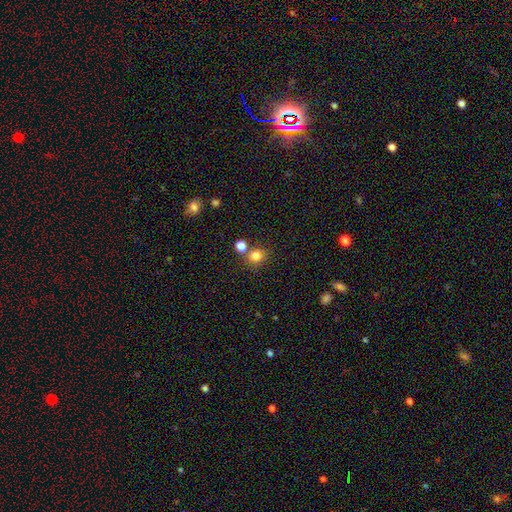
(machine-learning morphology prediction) smooth_or_featured: smooth (p=0.79) [alt: star or artifact p=0.14]
how_rounded: round (p=0.76) [alt: in between p=0.23]
merging: none (p=0.67) [alt: merger p=0.19]